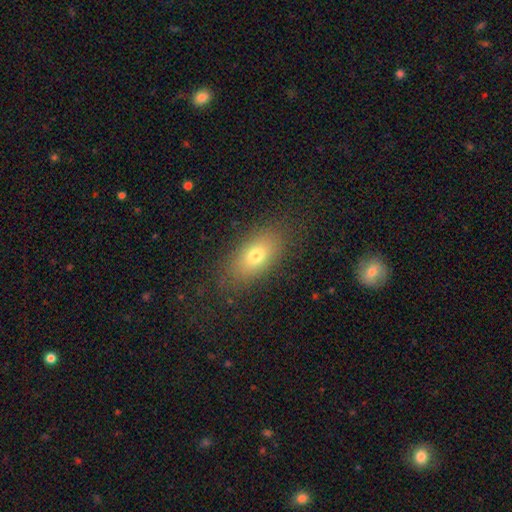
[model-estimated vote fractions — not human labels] This appears to be a smooth galaxy with no disk features (73%) that is in between round and cigar-shaped (85%). Merging: none (82%).